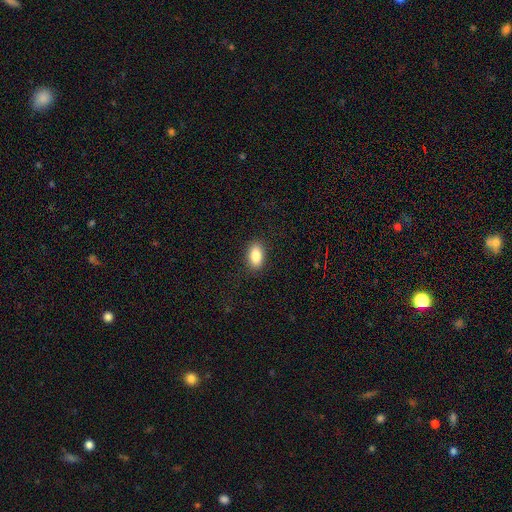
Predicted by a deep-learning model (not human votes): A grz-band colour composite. It shows a smooth galaxy with no disk features (86%) that is in between round and cigar-shaped (90%). Merging: none (89%).